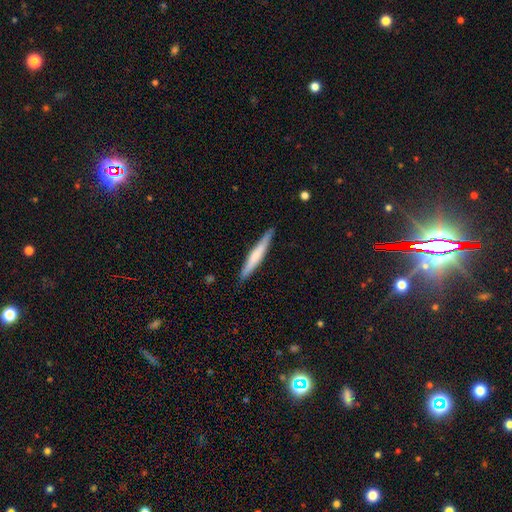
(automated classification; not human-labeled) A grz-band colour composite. It shows a smooth galaxy with no disk features (55%) that is cigar-shaped (95%). Merging: none (88%).